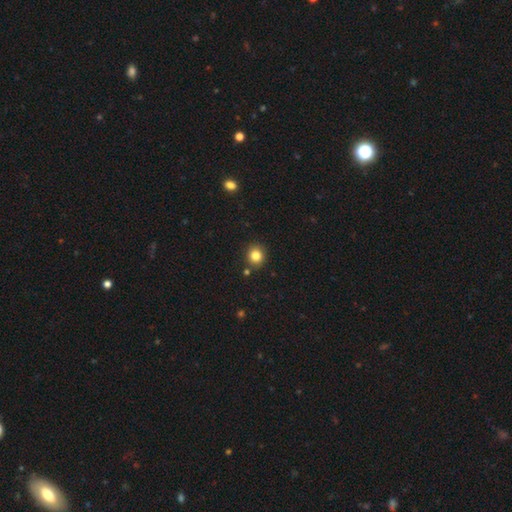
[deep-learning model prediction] Q: Smooth or featured?
A: smooth (83%); runner-up: star or artifact (12%)
Q: How rounded?
A: round (86%); runner-up: in between (13%)
Q: Merging?
A: none (87%); runner-up: minor disturbance (7%)